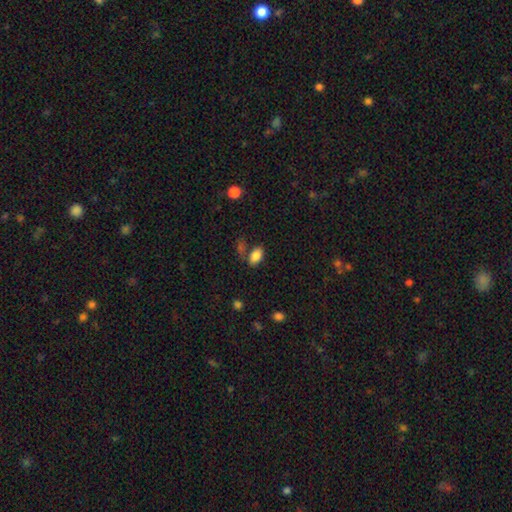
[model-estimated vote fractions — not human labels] This is clearly a smooth galaxy (85%). How rounded: clearly in between (91%). Merging: likely none (65%).